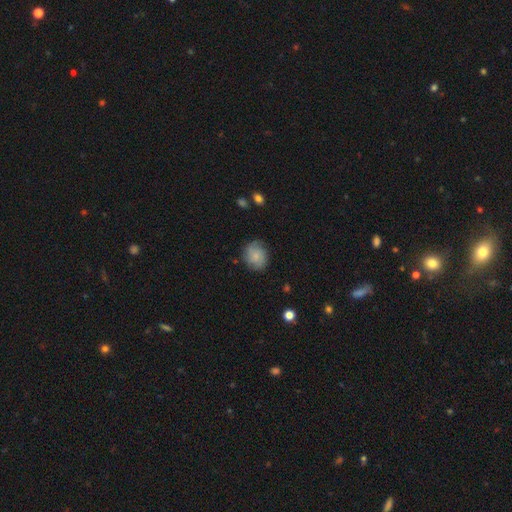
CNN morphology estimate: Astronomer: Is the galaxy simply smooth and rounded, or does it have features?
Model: smooth — 63%.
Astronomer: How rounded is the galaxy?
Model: round — 70%.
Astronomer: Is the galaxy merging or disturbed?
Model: none — 76%.